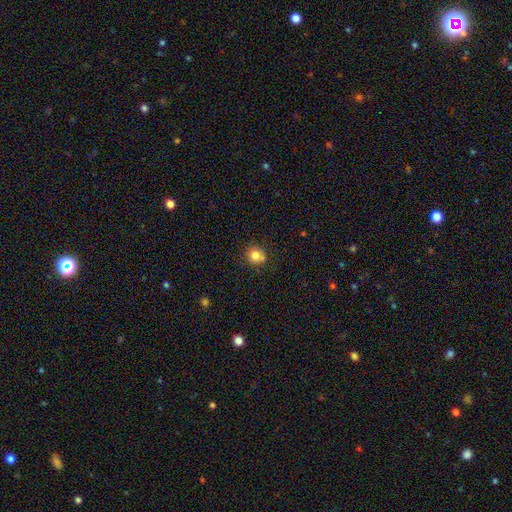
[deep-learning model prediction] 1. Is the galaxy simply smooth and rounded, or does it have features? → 81% smooth, 11% star or artifact, 7% featured or disk.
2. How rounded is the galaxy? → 83% round, 16% in between, 1% cigar-shaped.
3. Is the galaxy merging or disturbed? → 77% none, 16% minor disturbance, 4% merger, 3% major disturbance.